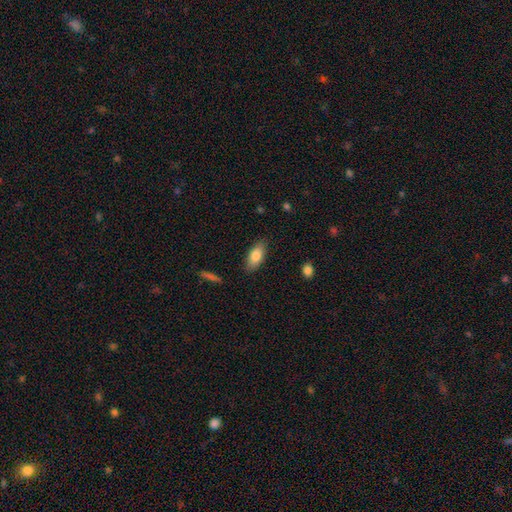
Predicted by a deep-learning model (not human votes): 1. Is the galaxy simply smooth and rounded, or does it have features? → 81% smooth, 12% featured or disk, 7% star or artifact.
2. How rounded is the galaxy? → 87% in between, 11% cigar-shaped, 3% round.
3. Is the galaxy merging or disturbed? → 84% none, 12% minor disturbance, 3% major disturbance, 1% merger.